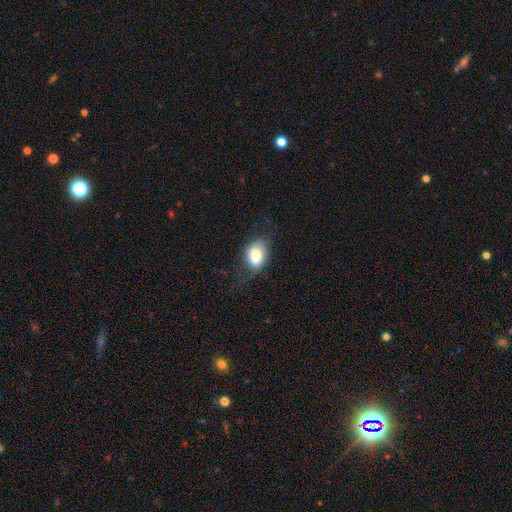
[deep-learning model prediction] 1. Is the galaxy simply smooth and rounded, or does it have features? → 81% smooth, 11% featured or disk, 8% star or artifact.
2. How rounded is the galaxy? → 79% in between, 20% round, 1% cigar-shaped.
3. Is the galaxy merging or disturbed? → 51% none, 28% minor disturbance, 18% major disturbance, 2% merger.